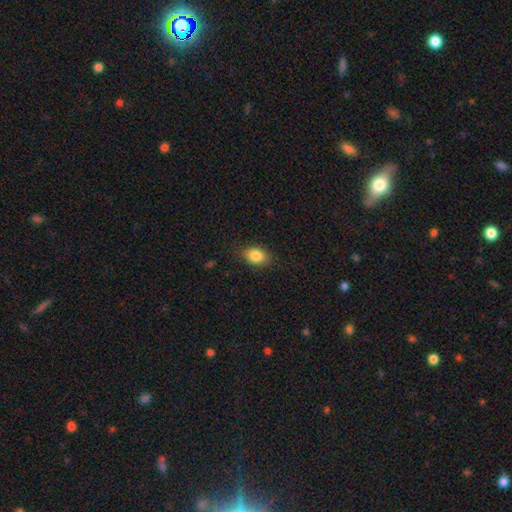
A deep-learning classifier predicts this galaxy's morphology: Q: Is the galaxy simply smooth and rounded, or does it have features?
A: smooth — 86%.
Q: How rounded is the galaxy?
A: in between — 76%.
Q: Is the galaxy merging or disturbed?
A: none — 83%.